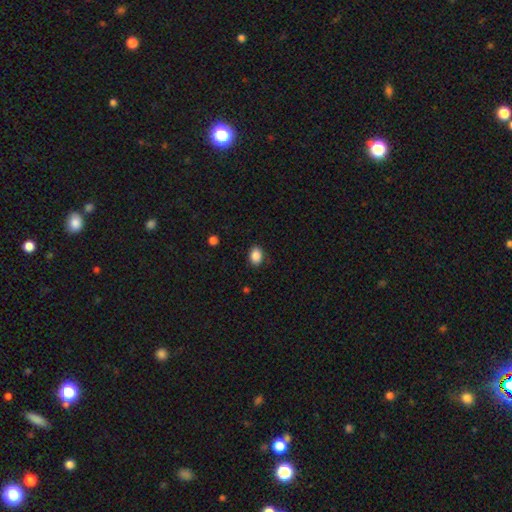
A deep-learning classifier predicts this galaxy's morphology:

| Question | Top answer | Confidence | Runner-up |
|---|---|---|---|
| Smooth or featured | smooth | 87% | star or artifact (9%) |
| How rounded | in between | 71% | round (28%) |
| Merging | none | 86% | minor disturbance (10%) |